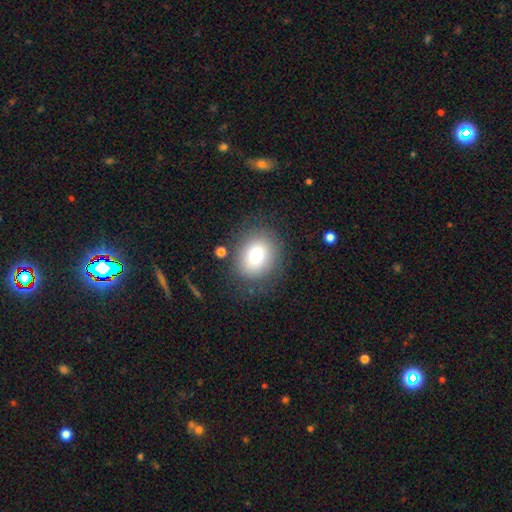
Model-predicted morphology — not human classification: smooth 78%, featured or disk 13%, star or artifact 10%. Down the decision tree: how rounded — round (54%); merging — none (77%).